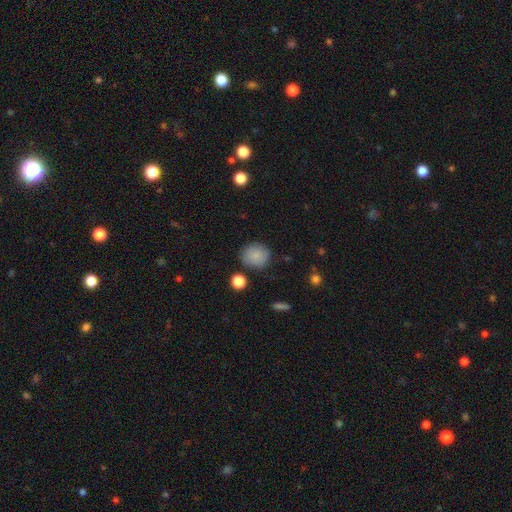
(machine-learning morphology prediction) Smooth or featured? Predicted: smooth (p=0.85). How rounded? Predicted: round (p=0.85). Merging? Predicted: none (p=0.82).